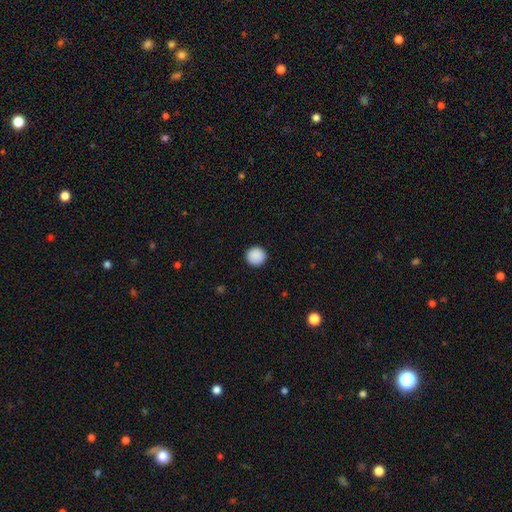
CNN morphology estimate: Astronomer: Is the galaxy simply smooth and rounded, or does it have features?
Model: smooth — 90%.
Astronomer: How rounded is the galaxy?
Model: round — 95%.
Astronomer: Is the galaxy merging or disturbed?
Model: none — 93%.